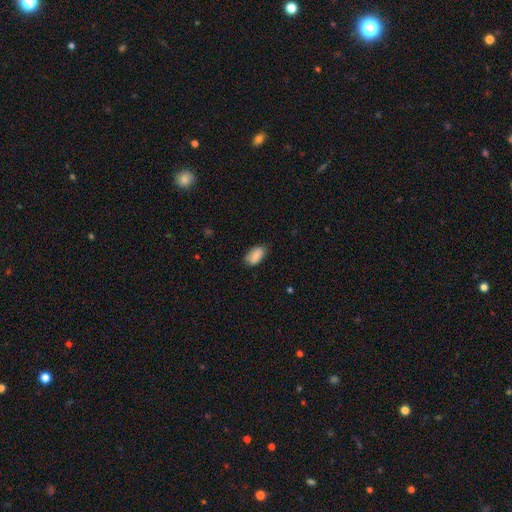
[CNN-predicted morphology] Smooth or featured? smooth (87%)
How rounded? in between (92%)
Merging? none (71%)